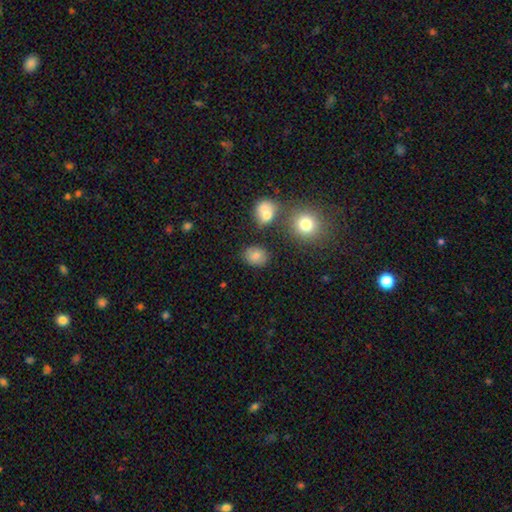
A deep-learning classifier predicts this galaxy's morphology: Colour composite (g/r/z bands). It shows a smooth galaxy with no disk features (80%) that is round (50%). Merging: none (81%).